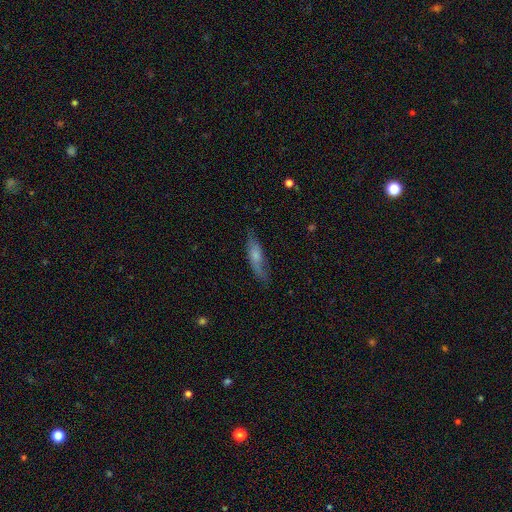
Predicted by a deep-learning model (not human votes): smooth-or-featured: smooth: 56% | featured or disk: 38% | star or artifact: 6%
  how-rounded: cigar-shaped: 58% | in between: 39% | round: 2%
  merging: none: 70% | minor disturbance: 22% | major disturbance: 6% | merger: 2%